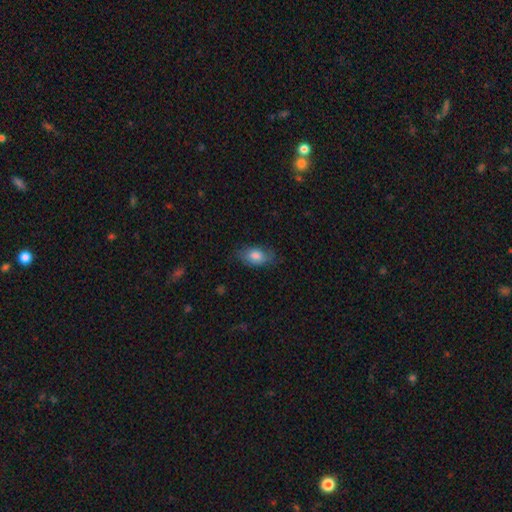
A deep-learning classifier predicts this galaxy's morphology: A smooth galaxy with no disk features (79%) that is in between round and cigar-shaped (88%). Merging: none (73%).